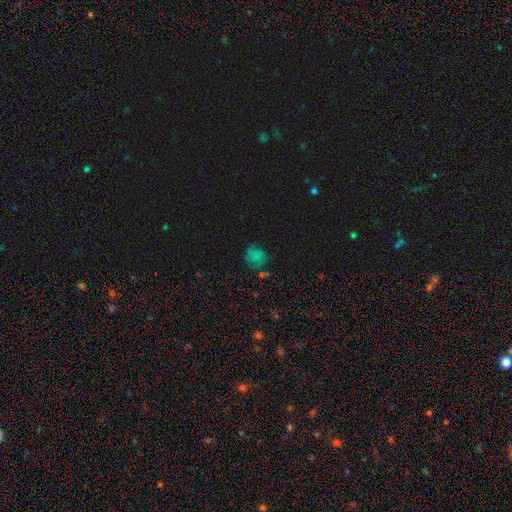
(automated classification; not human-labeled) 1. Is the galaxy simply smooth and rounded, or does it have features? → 55% smooth, 33% star or artifact, 12% featured or disk.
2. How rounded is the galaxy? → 74% round, 24% in between, 1% cigar-shaped.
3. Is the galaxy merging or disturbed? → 67% none, 19% minor disturbance, 8% major disturbance, 5% merger.